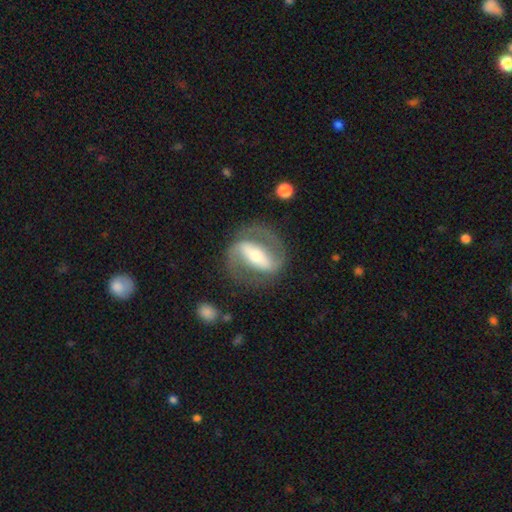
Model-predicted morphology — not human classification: This is clearly a featured or disk galaxy (84%). It is clearly not viewed edge-on (93%). Bar: likely strong (71%). Spiral arm pattern: clearly yes (86%). Spiral arm count: clearly 2 (90%). Spiral winding: possibly medium (50%). Central bulge: possibly moderate (58%). Merging: likely none (76%).